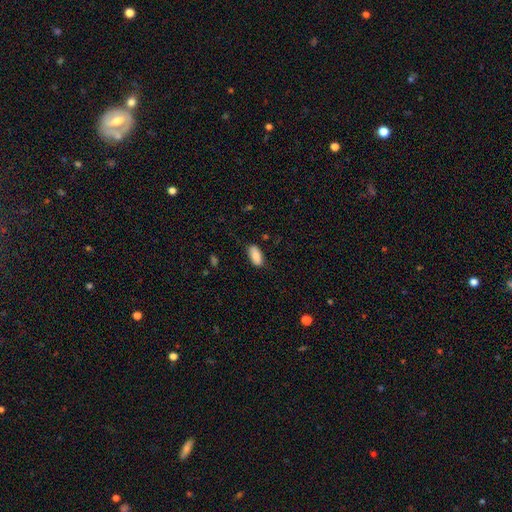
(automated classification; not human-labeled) This appears to be a smooth galaxy with no disk features (87%) that is in between round and cigar-shaped (91%). Merging: none (84%).